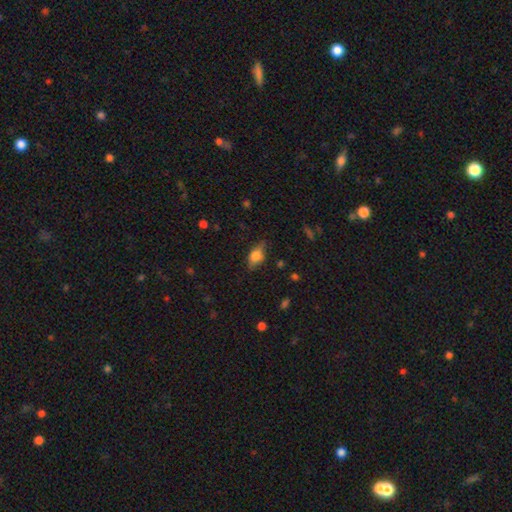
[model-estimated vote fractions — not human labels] The model was most divided on "smooth or featured": smooth: 69%, featured or disk: 23%, star or artifact: 9%. More confident: how rounded — in between (80%); merging — none (70%).